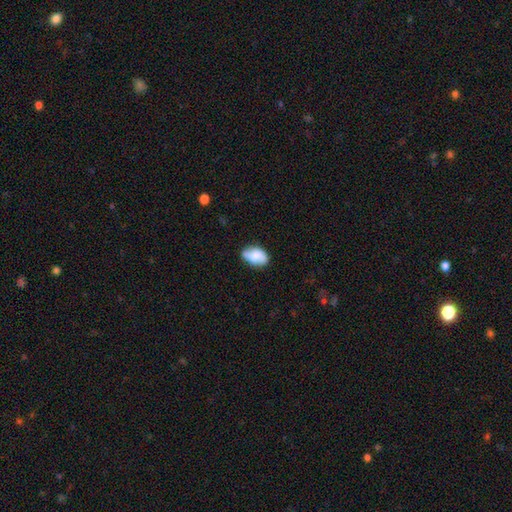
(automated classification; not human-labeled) The model was most divided on "merging": none: 60%, minor disturbance: 28%, major disturbance: 7%, merger: 5%. More confident: how rounded — in between (86%); smooth or featured — smooth (70%).